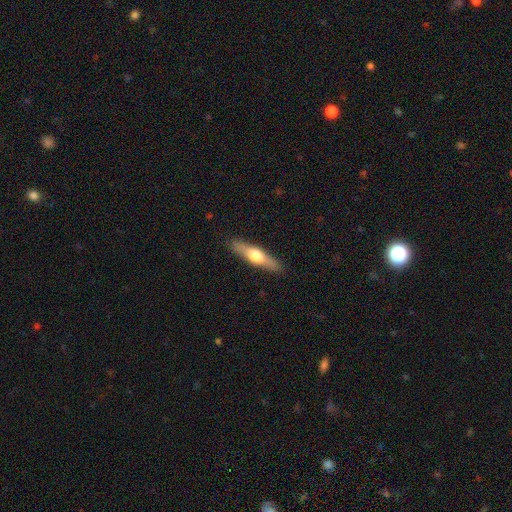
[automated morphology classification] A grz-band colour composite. It shows a featured or disk galaxy (53%) viewed edge-on (93%). Merging: none (89%).